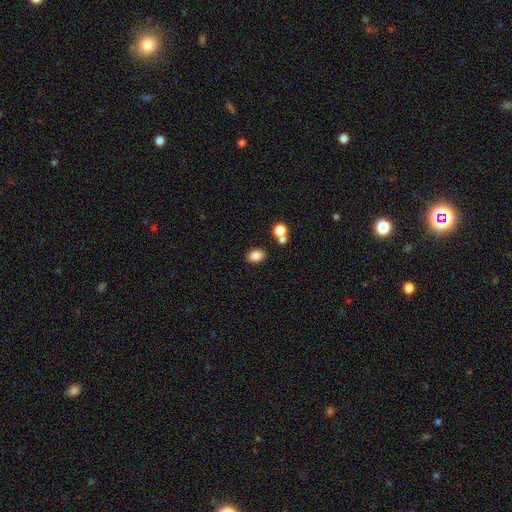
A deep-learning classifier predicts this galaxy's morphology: type=smooth (84%); roundness=in between (76%); merging=none (80%).